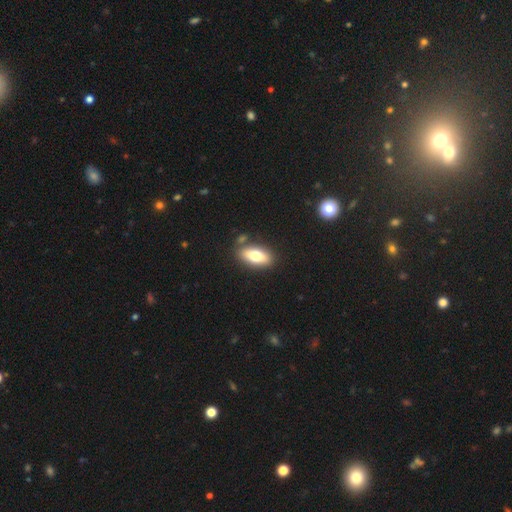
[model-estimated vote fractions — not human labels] Smooth or featured?
  - smooth: 73% *
  - featured or disk: 20%
  - star or artifact: 7%
How rounded?
  - in between: 84% *
  - cigar-shaped: 12%
  - round: 4%
Merging?
  - none: 80% *
  - minor disturbance: 11%
  - merger: 7%
  - major disturbance: 3%